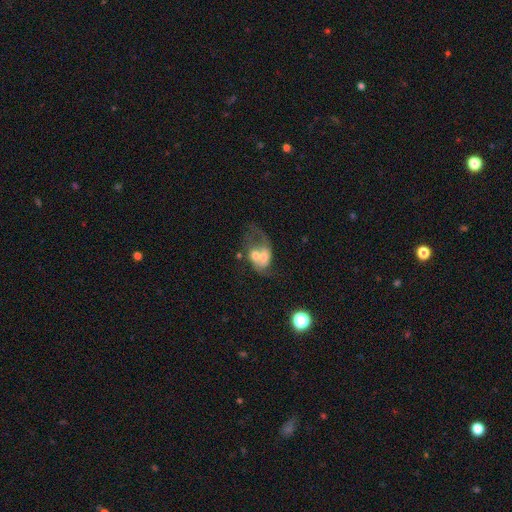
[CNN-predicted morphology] smooth-or-featured: featured or disk: 52% | smooth: 39% | star or artifact: 9%
  disk-edge-on: no: 97% | yes: 3%
    bar: no: 76% | weak: 19% | strong: 5%
    has-spiral-arms: yes: 54% | no: 46%
    bulge-size: moderate: 50% | small: 20% | large: 17% | none: 10% | dominant: 4%
  merging: merger: 67% | major disturbance: 17% | none: 11% | minor disturbance: 6%